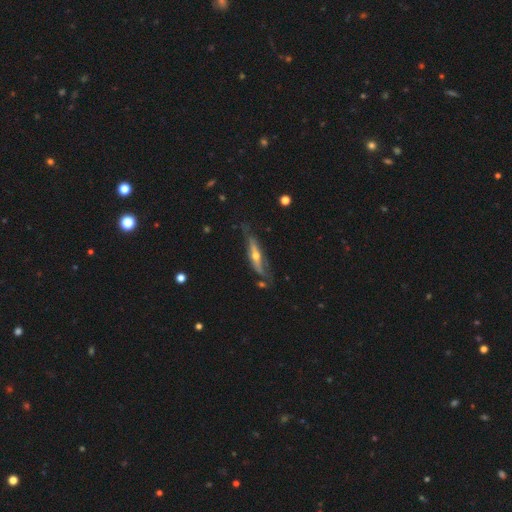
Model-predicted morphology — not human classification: The model was most divided on "merging": none: 58%, minor disturbance: 26%, major disturbance: 12%, merger: 4%. More confident: edge-on bulge — rounded (90%); edge-on disk — yes (80%); smooth or featured — featured or disk (72%).